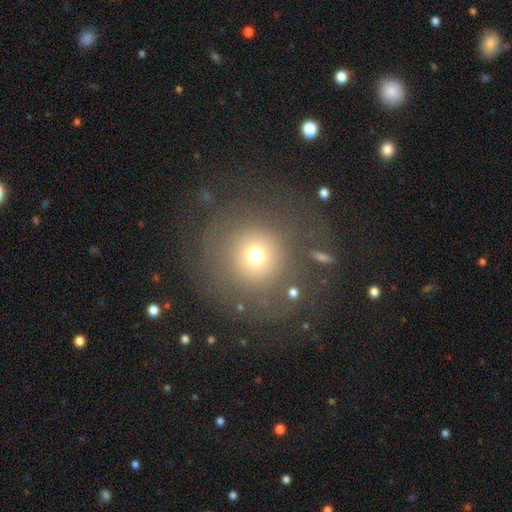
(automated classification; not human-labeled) Smooth or featured?
  - smooth: 66% *
  - star or artifact: 18%
  - featured or disk: 16%
How rounded?
  - round: 92% *
  - in between: 7%
  - cigar-shaped: 1%
Merging?
  - none: 68% *
  - major disturbance: 15%
  - minor disturbance: 13%
  - merger: 4%